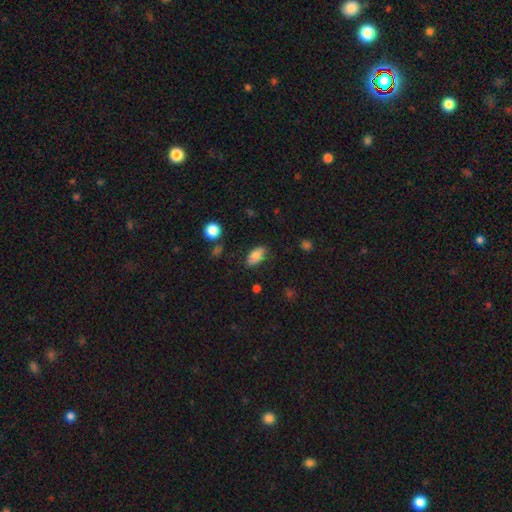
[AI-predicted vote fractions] Overall: smooth (78%). How rounded: in between (91%). Merging: none (81%).